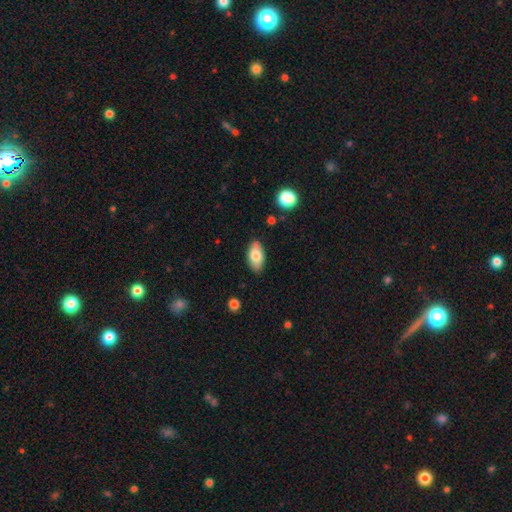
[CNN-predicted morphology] This is likely a smooth galaxy (77%). How rounded: clearly in between (93%). Merging: likely none (79%).